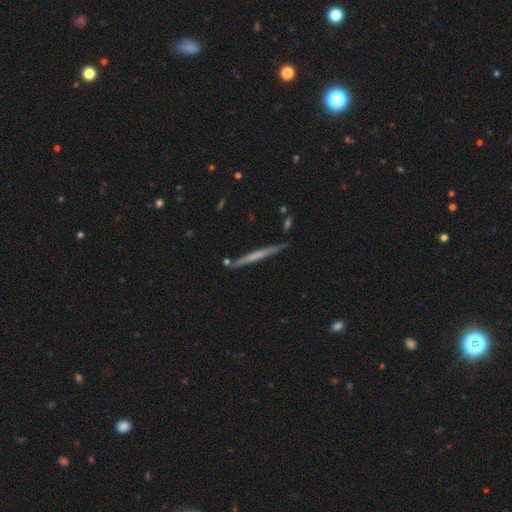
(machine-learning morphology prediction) type=featured or disk (48%); merging=none (85%).